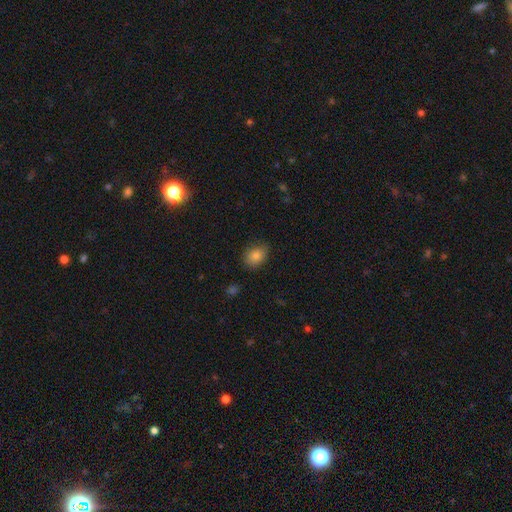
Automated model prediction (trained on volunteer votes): This is clearly a smooth galaxy (85%). How rounded: likely in between (68%). Merging: clearly none (80%).